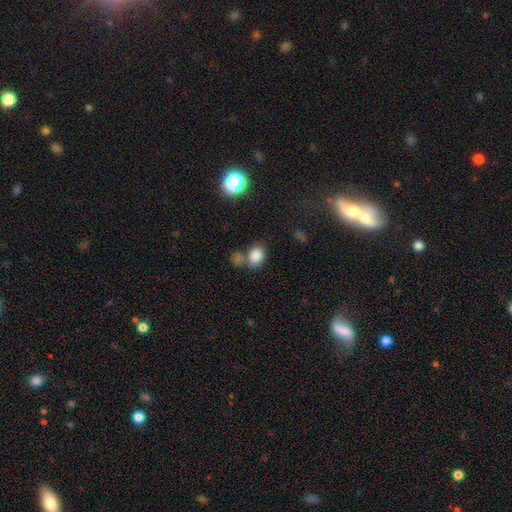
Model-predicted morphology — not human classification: smooth-or-featured: smooth: 82% | star or artifact: 11% | featured or disk: 6%
  how-rounded: in between: 71% | round: 27% | cigar-shaped: 1%
  merging: none: 54% | merger: 27% | minor disturbance: 14% | major disturbance: 6%